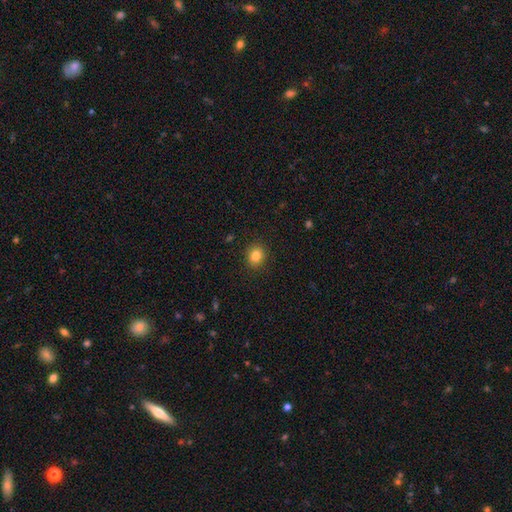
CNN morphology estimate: Overall: smooth (84%). How rounded: round (72%). Merging: none (90%).